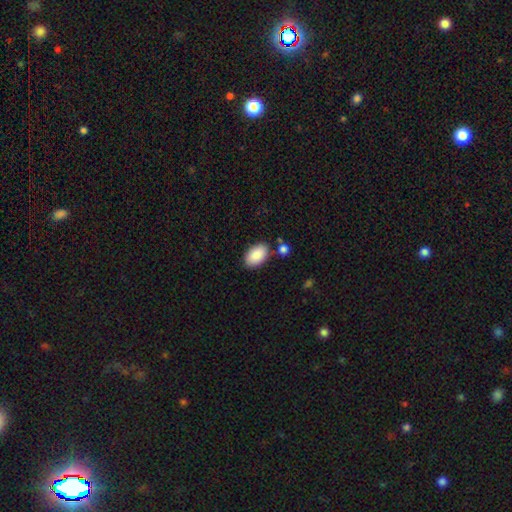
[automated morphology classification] Smooth or featured: smooth — 89% (star or artifact — 6%)
How rounded: in between — 94% (round — 4%)
Merging: none — 79% (minor disturbance — 13%)